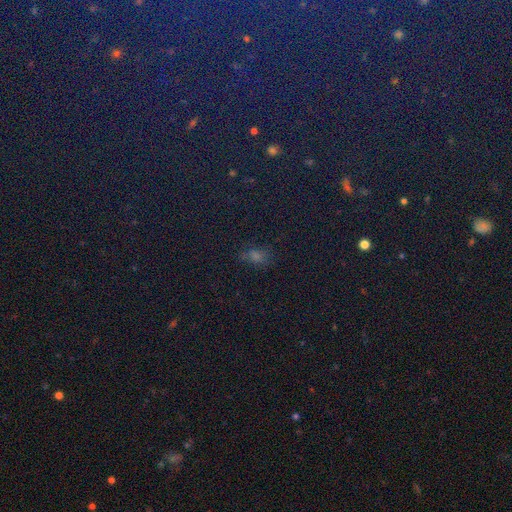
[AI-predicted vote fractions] Overall: smooth (51%; star or artifact 39%). How rounded: in between (66%; round 29%). Merging: none (71%).